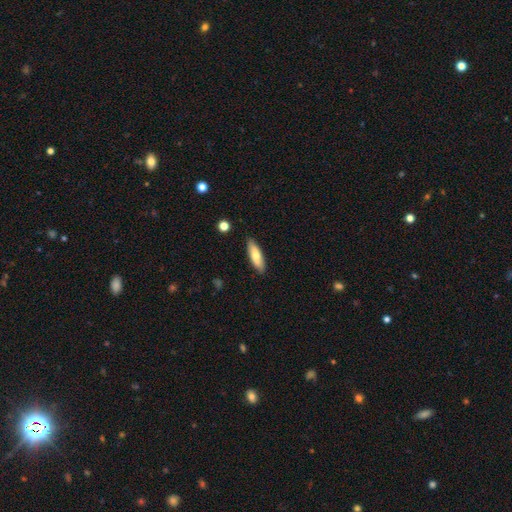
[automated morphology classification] smooth_or_featured: smooth (p=0.69) [alt: featured or disk p=0.25]
how_rounded: in between (p=0.49) [tied with: cigar-shaped p=0.49]
merging: none (p=0.87) [alt: minor disturbance p=0.10]